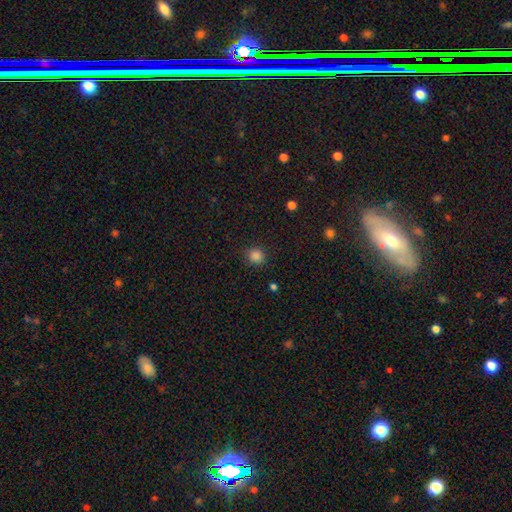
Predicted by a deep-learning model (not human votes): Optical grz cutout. It shows a smooth galaxy with no disk features (85%) that is round (90%). Merging: none (86%).